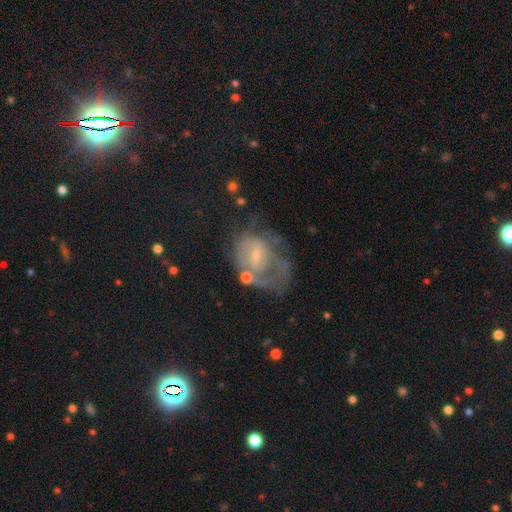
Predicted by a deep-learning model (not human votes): Smooth or featured: featured or disk — 63% (smooth — 23%)
Edge-on disk: no — 97% (yes — 3%)
Bar: no — 46% (weak — 44%)
Spiral arms: yes — 62% (no — 38%)
Bulge size: small — 64% (moderate — 24%)
Merging: major disturbance — 39% (none — 32%)